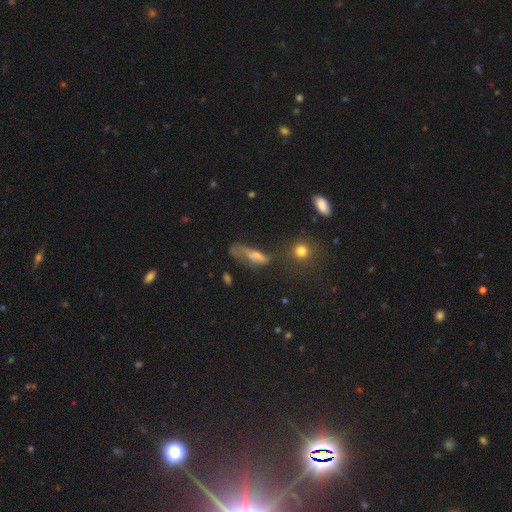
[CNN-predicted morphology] smooth 50%, featured or disk 34%, star or artifact 16%. Down the decision tree: merging — major disturbance (39%).